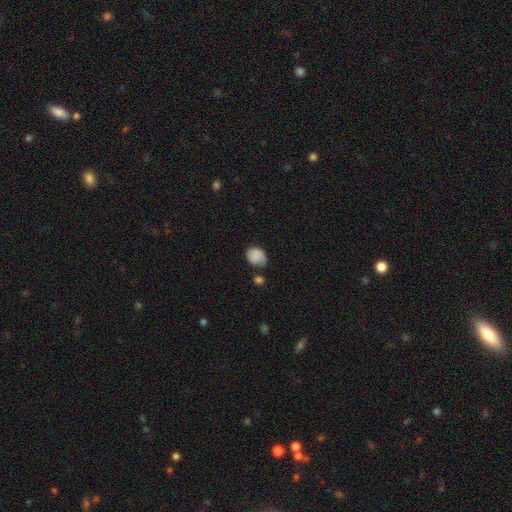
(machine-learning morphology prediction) This is likely a smooth galaxy (76%). How rounded: possibly in between (50%, tied with round). Merging: possibly none (49%).